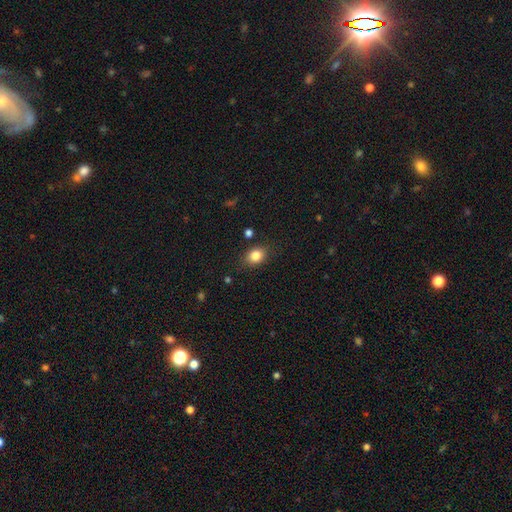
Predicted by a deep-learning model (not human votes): This appears to be a smooth galaxy with no disk features (83%) that is in between round and cigar-shaped (59%). Merging: none (83%).